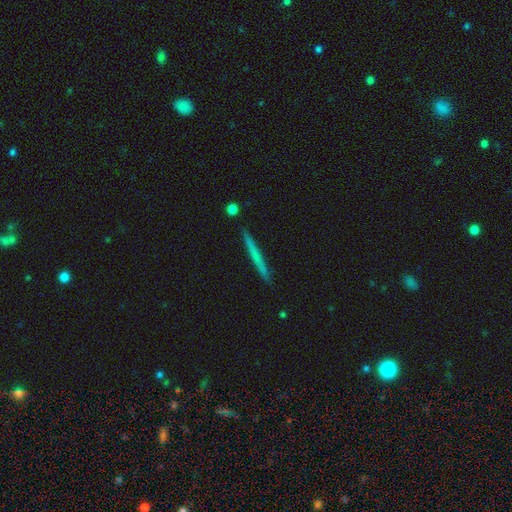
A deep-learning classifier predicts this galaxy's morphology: A smooth galaxy with no disk features (56%) that is cigar-shaped (97%). Merging: none (91%).